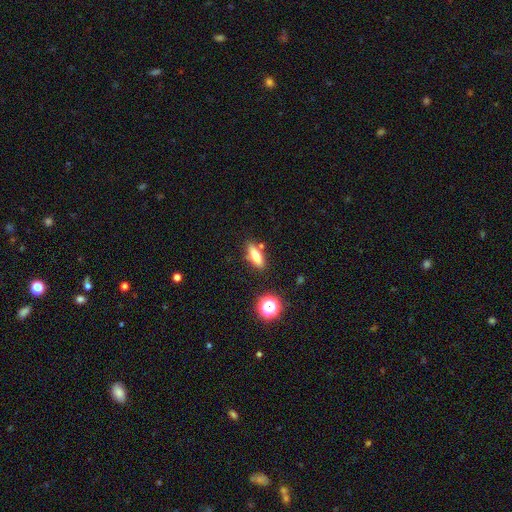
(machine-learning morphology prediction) Q: Smooth or featured?
A: smooth (72%); runner-up: featured or disk (18%)
Q: How rounded?
A: in between (57%); runner-up: cigar-shaped (38%)
Q: Merging?
A: none (80%); runner-up: minor disturbance (11%)